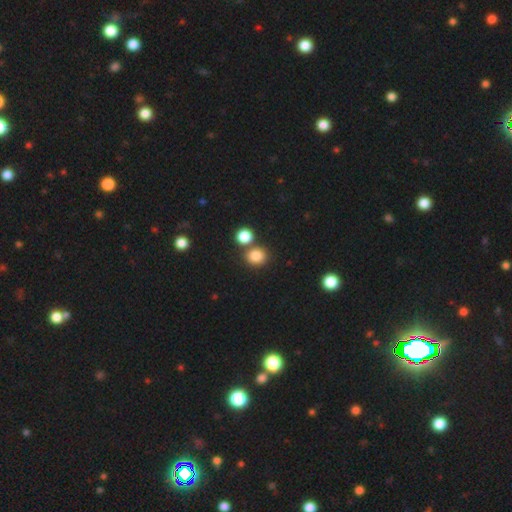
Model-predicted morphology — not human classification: This is clearly a smooth galaxy (83%). How rounded: likely round (76%). Merging: likely none (68%).